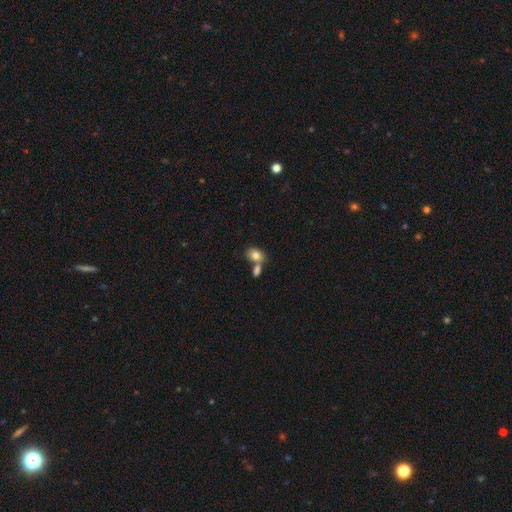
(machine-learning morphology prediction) smooth-or-featured: smooth: 82% | featured or disk: 9% | star or artifact: 9%
  how-rounded: in between: 76% | round: 23% | cigar-shaped: 1%
  merging: none: 48% | merger: 38% | minor disturbance: 11% | major disturbance: 3%